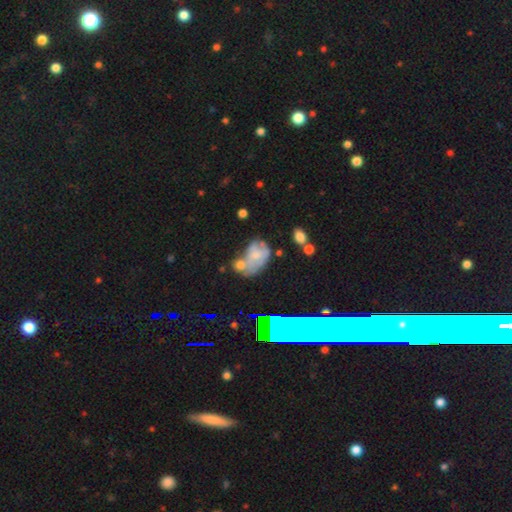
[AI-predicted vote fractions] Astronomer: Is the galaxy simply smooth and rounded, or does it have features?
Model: smooth — 47% (runner-up: featured or disk, 40%).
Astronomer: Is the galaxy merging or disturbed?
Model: merger — 38% (runner-up: none, 23%).